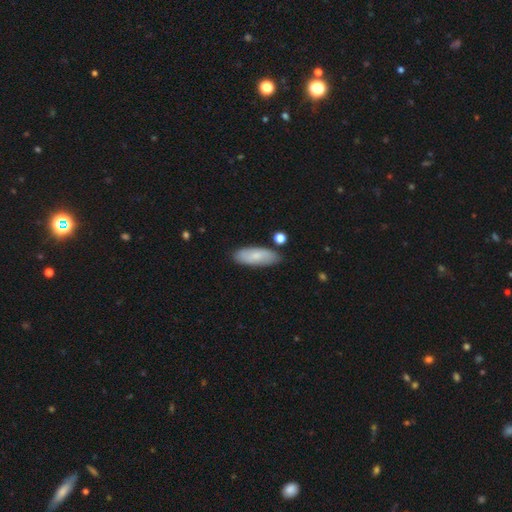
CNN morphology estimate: This appears to be a smooth galaxy with no disk features (72%) that is in between round and cigar-shaped (72%). Merging: none (80%).